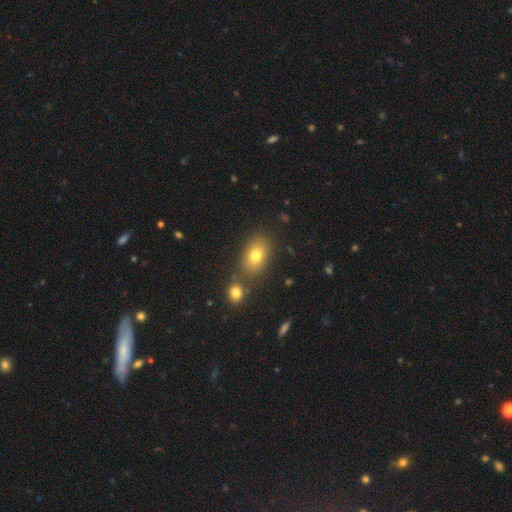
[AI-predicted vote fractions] Smooth or featured? Predicted: smooth (p=0.77). How rounded? Predicted: in between (p=0.80). Merging? Predicted: none (p=0.74).